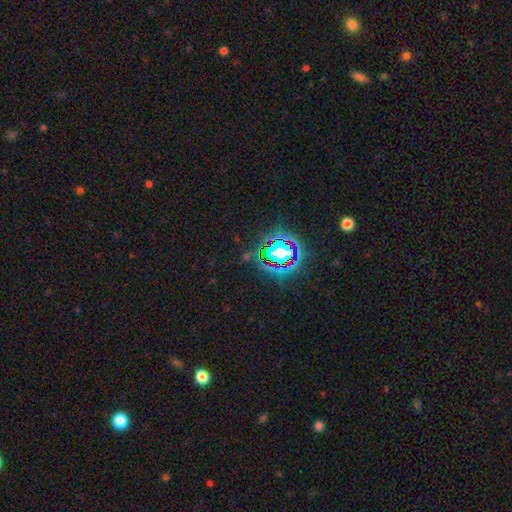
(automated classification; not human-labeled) Smooth or featured? Predicted: star or artifact (p=0.75).